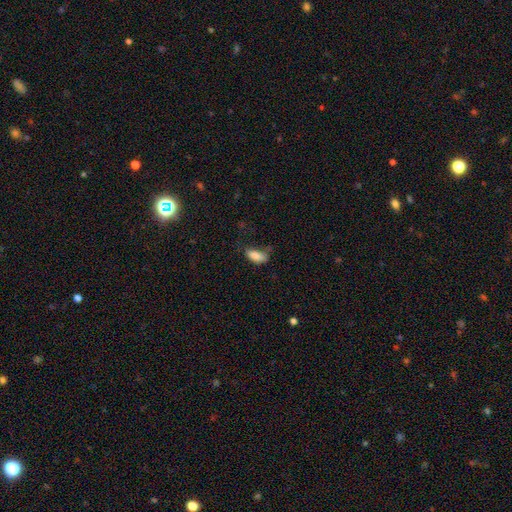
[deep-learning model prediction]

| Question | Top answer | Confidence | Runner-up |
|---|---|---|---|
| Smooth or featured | smooth | 85% | star or artifact (8%) |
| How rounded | in between | 88% | cigar-shaped (10%) |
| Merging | none | 49% | minor disturbance (33%) |